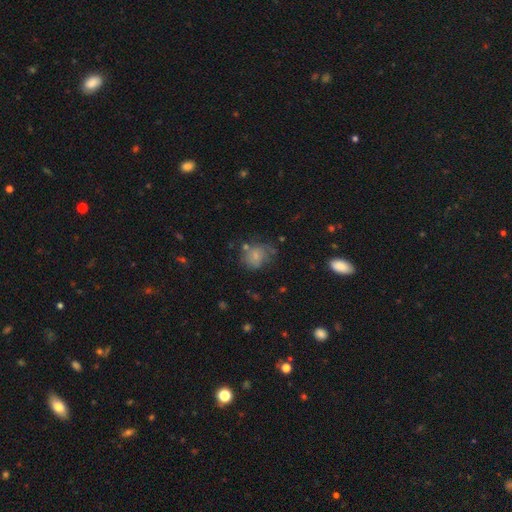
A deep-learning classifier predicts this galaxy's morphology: smooth 66%, featured or disk 23%, star or artifact 11%. Down the decision tree: how rounded — round (63%); merging — none (48%).